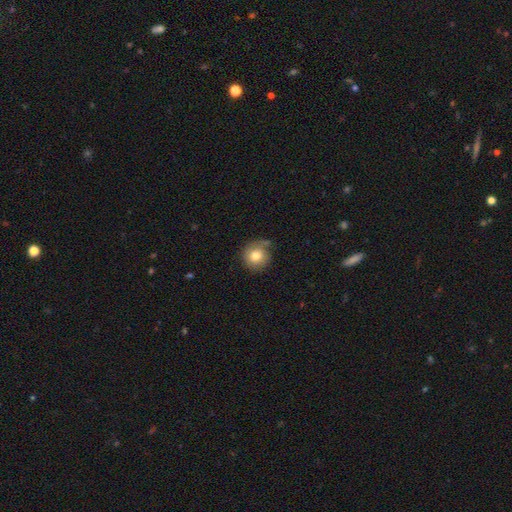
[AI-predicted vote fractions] A smooth galaxy with no disk features (78%) that is round (92%).

Vote fractions:
- Smooth or featured? smooth: 78% / featured or disk: 13% / star or artifact: 9%
- How rounded? round: 92% / in between: 7% / cigar-shaped: 1%
- Merging? none: 67% / minor disturbance: 20% / major disturbance: 7% / merger: 6%